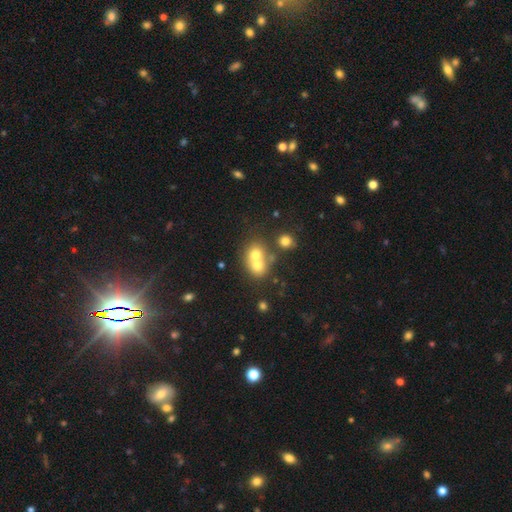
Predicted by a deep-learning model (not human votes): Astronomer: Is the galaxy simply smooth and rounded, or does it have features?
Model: smooth — 65%.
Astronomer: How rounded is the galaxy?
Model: round — 68%.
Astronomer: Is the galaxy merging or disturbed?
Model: merger — 65%.